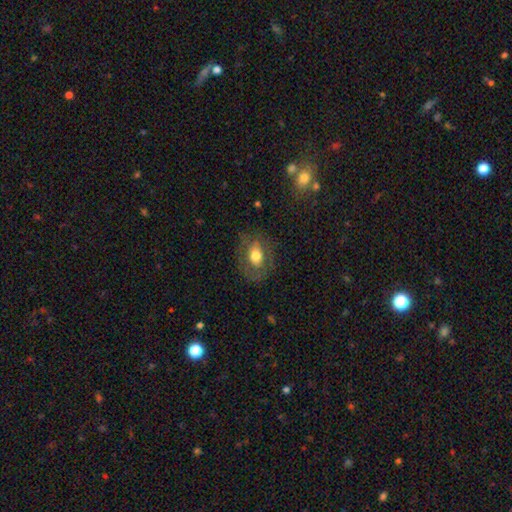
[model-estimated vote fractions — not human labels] Smooth or featured? smooth (60%)
How rounded? in between (68%)
Merging? none (74%)